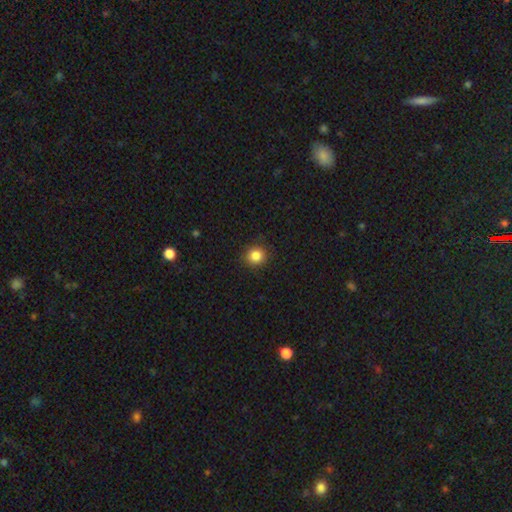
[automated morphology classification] smooth 85%, star or artifact 11%, featured or disk 4%. Down the decision tree: how rounded — round (90%); merging — none (90%).